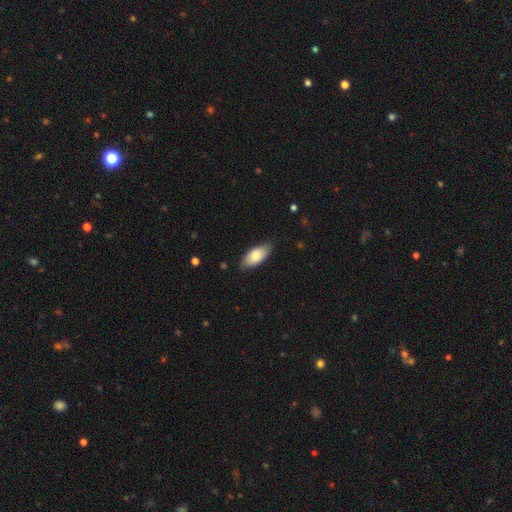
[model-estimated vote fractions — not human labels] Smooth or featured? Predicted: smooth (p=0.82). How rounded? Predicted: in between (p=0.90). Merging? Predicted: none (p=0.82).